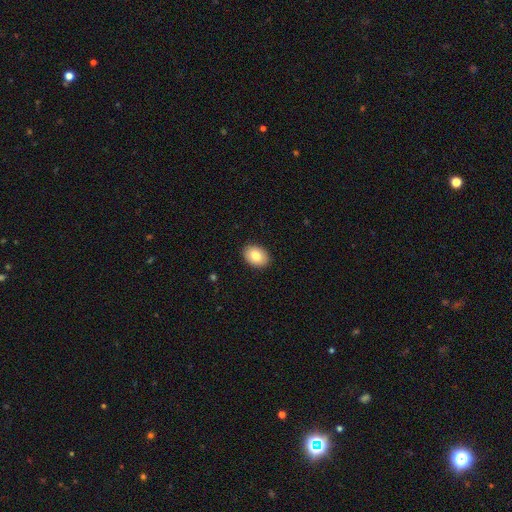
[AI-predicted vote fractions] smooth_or_featured: smooth (p=0.81) [alt: featured or disk p=0.12]
how_rounded: in between (p=0.77) [alt: round p=0.22]
merging: none (p=0.90) [alt: minor disturbance p=0.07]